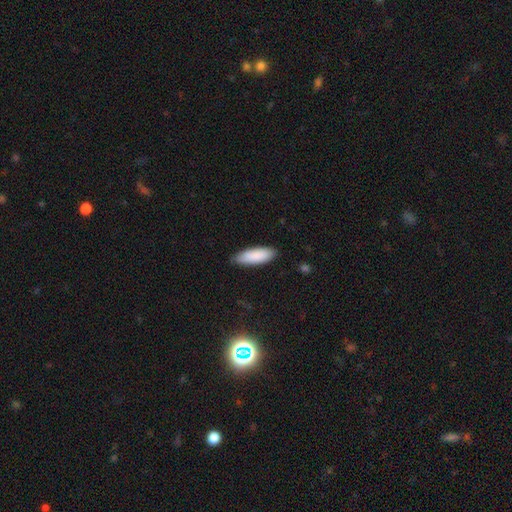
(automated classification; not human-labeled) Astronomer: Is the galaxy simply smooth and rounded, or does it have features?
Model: smooth — 89%.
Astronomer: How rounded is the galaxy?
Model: in between — 66%.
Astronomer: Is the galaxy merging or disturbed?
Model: none — 81%.